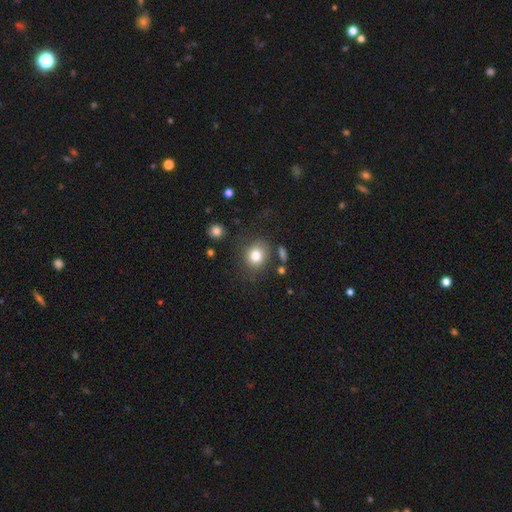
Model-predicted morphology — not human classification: Overall: smooth (82%). How rounded: round (72%). Merging: none (76%).